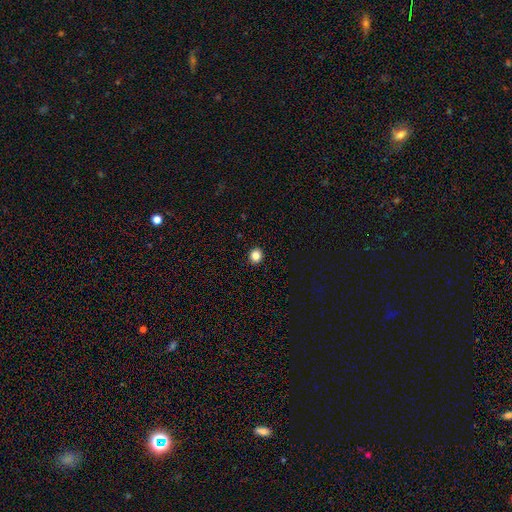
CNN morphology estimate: A smooth galaxy with no disk features (85%) that is round (86%).

Vote fractions:
- Smooth or featured? smooth: 85% / star or artifact: 11% / featured or disk: 4%
- How rounded? round: 86% / in between: 13% / cigar-shaped: 1%
- Merging? none: 93% / minor disturbance: 5% / major disturbance: 1% / merger: 1%